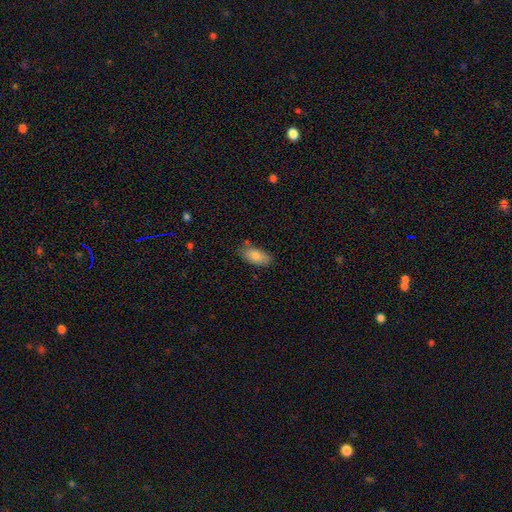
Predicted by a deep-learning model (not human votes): A smooth galaxy with no disk features (82%) that is in between round and cigar-shaped (91%). Merging: none (73%).